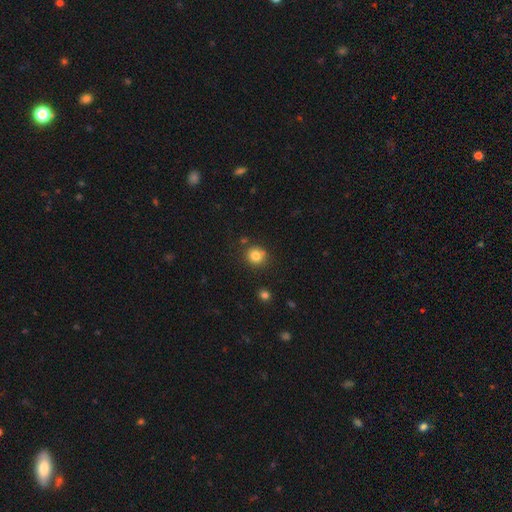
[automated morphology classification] Q: Smooth or featured?
A: smooth (82%); runner-up: star or artifact (12%)
Q: How rounded?
A: round (88%); runner-up: in between (11%)
Q: Merging?
A: none (78%); runner-up: minor disturbance (12%)